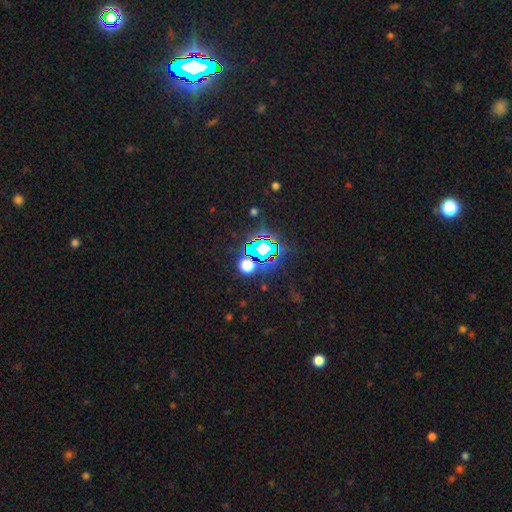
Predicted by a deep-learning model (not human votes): Q: Smooth or featured?
A: star or artifact (83%); runner-up: smooth (10%)